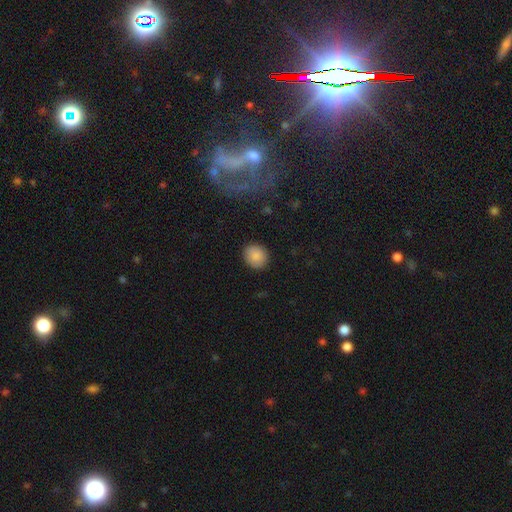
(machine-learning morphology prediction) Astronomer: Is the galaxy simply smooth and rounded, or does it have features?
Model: smooth — 88%.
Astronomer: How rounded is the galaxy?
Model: round — 80%.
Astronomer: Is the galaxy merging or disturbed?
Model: none — 89%.